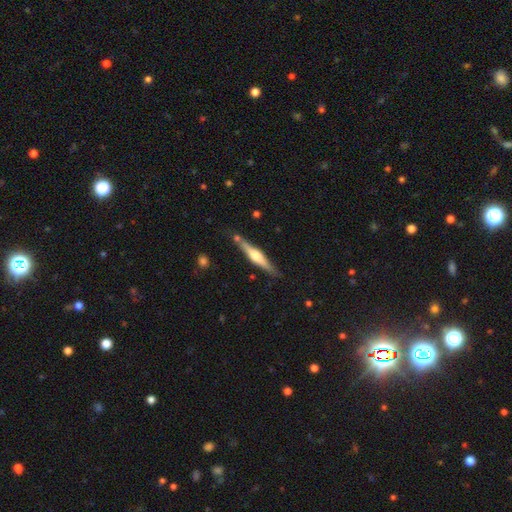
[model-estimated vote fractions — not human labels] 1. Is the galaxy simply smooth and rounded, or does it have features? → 67% featured or disk, 27% smooth, 5% star or artifact.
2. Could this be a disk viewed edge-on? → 97% yes, 3% no.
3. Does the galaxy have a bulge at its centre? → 88% rounded, 8% boxy, 4% none.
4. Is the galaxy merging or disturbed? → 81% none, 12% minor disturbance, 5% merger, 2% major disturbance.